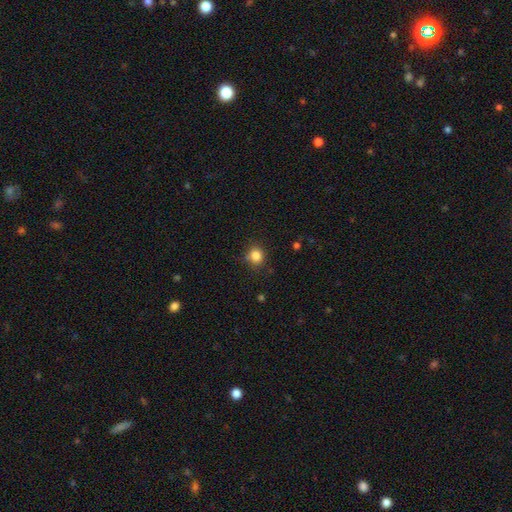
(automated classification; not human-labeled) smooth-or-featured: smooth: 83% | star or artifact: 12% | featured or disk: 5%
  how-rounded: round: 86% | in between: 13% | cigar-shaped: 1%
  merging: none: 81% | minor disturbance: 13% | major disturbance: 3% | merger: 3%